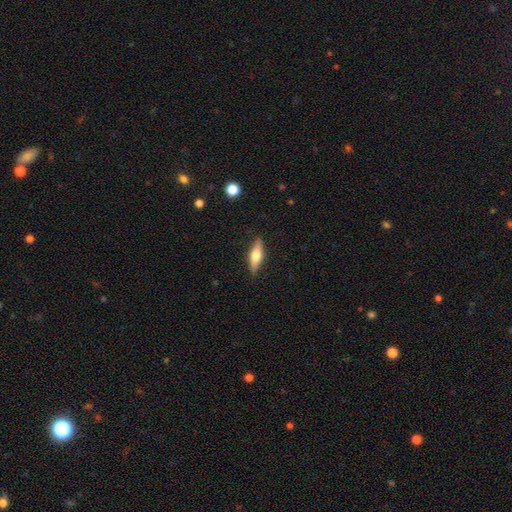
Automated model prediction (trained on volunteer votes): Q: Smooth or featured?
A: smooth (50%); runner-up: featured or disk (44%)
Q: How rounded?
A: cigar-shaped (54%); runner-up: in between (43%)
Q: Merging?
A: none (87%); runner-up: minor disturbance (10%)